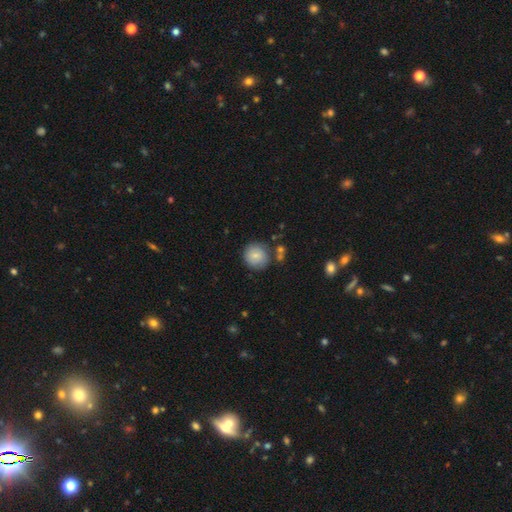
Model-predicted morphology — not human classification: smooth-or-featured: smooth: 79% | featured or disk: 14% | star or artifact: 8%
  how-rounded: round: 92% | in between: 7% | cigar-shaped: 1%
  merging: none: 75% | minor disturbance: 14% | merger: 7% | major disturbance: 4%